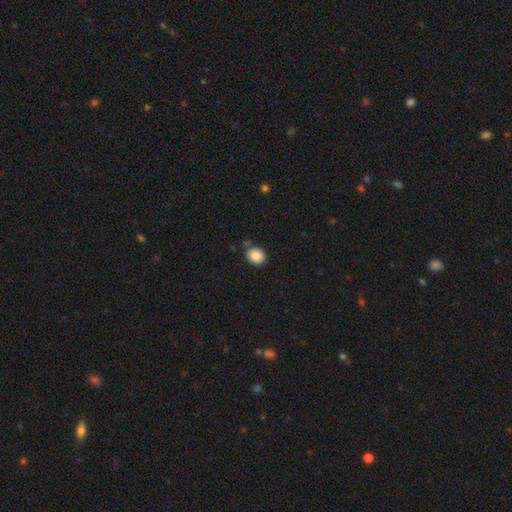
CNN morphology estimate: This appears to be a smooth galaxy with no disk features (87%) that is round (63%). Merging: none (80%).